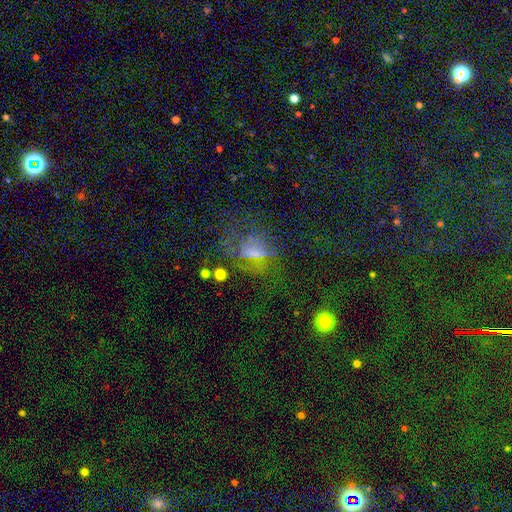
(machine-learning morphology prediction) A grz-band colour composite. It shows a featured or disk galaxy (35%). Merging: none (45%).